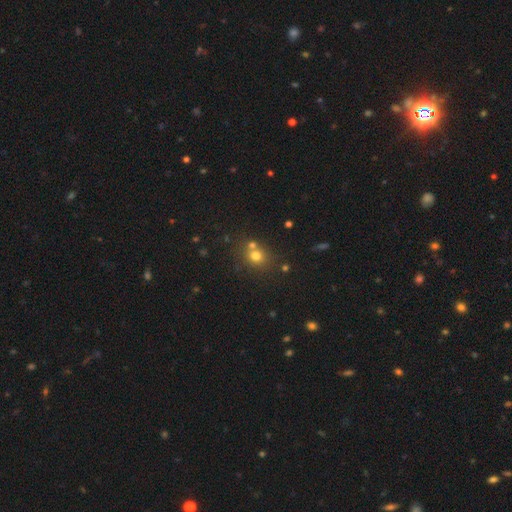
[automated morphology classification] Overall: smooth (71%). How rounded: round (78%). Merging: none (61%; merger 26%).